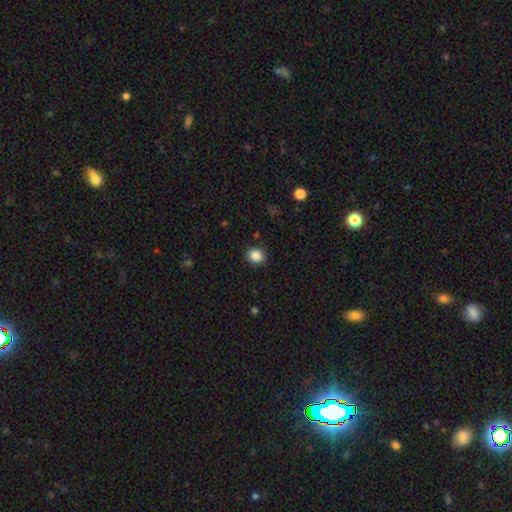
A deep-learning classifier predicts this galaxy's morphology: Overall: smooth (86%). How rounded: round (87%). Merging: none (90%).